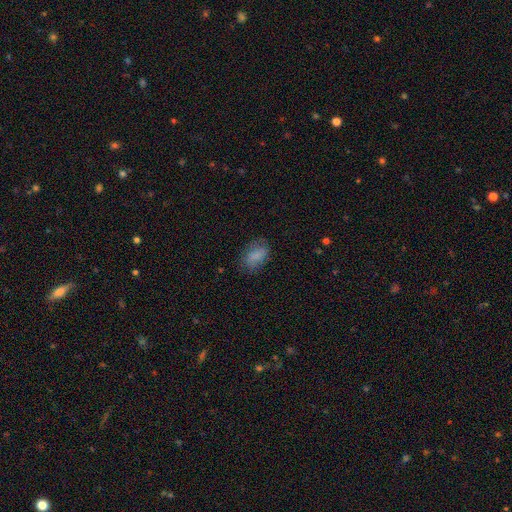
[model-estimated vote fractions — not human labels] A smooth galaxy with no disk features (81%) that is in between round and cigar-shaped (86%). Merging: none (72%).